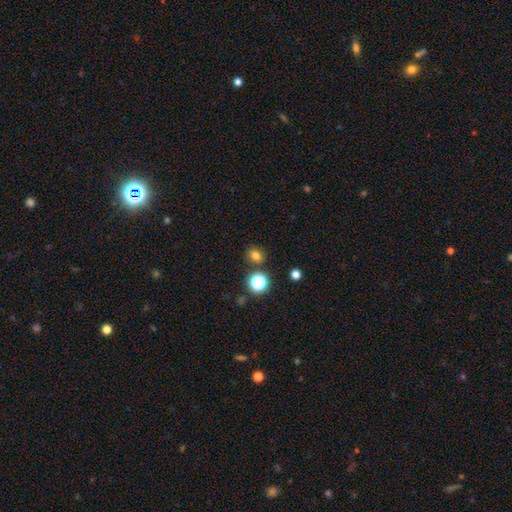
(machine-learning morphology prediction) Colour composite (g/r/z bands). It shows a smooth galaxy with no disk features (75%) that is round (67%). Merging: none (82%).